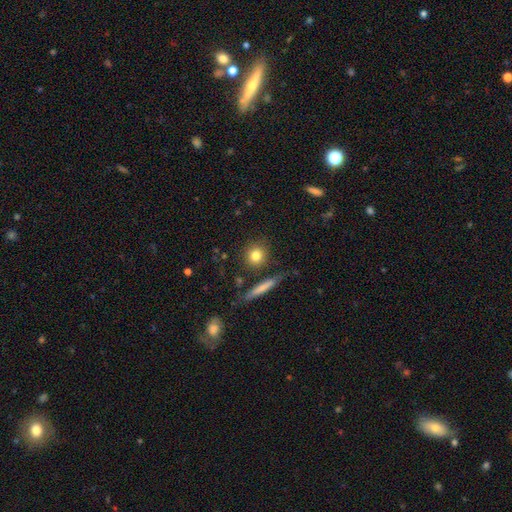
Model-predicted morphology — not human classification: Smooth or featured? Predicted: smooth (p=0.81). How rounded? Predicted: round (p=0.84). Merging? Predicted: none (p=0.82).